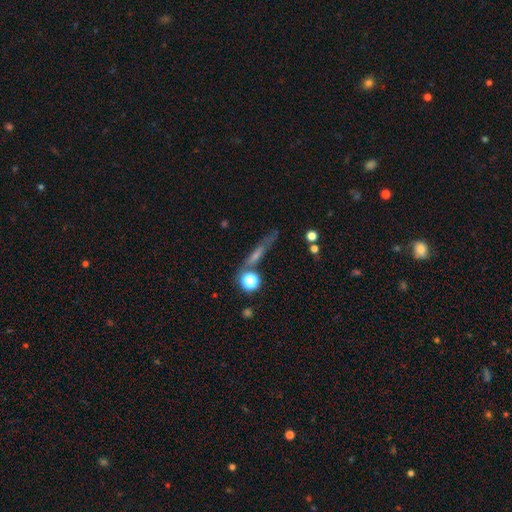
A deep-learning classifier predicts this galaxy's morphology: type=smooth (41%); merging=none (70%).